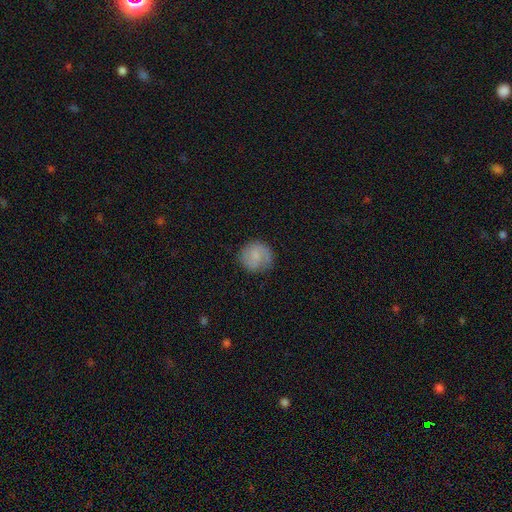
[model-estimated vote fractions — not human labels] A smooth galaxy with no disk features (61%) that is round (89%).

Vote fractions:
- Smooth or featured? smooth: 61% / featured or disk: 32% / star or artifact: 8%
- How rounded? round: 89% / in between: 10% / cigar-shaped: 1%
- Merging? none: 77% / minor disturbance: 16% / major disturbance: 6% / merger: 1%